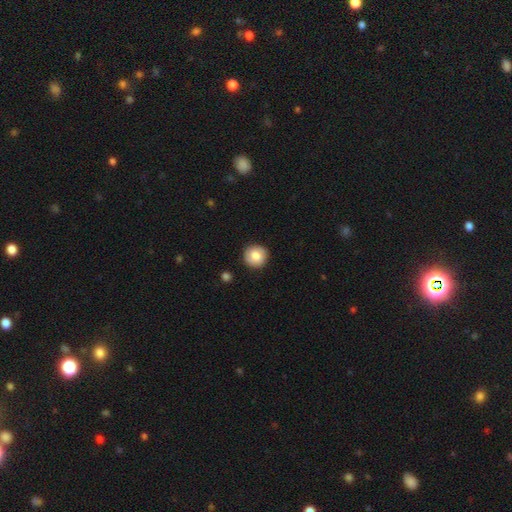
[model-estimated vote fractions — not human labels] Morphology: type=smooth (78%); roundness=round (91%); merging=none (88%).